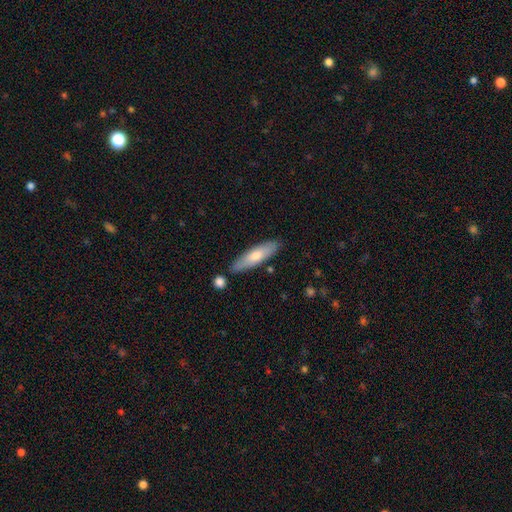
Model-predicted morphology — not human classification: This is likely a smooth galaxy (65%). How rounded: likely cigar-shaped (65%). Merging: clearly none (81%).